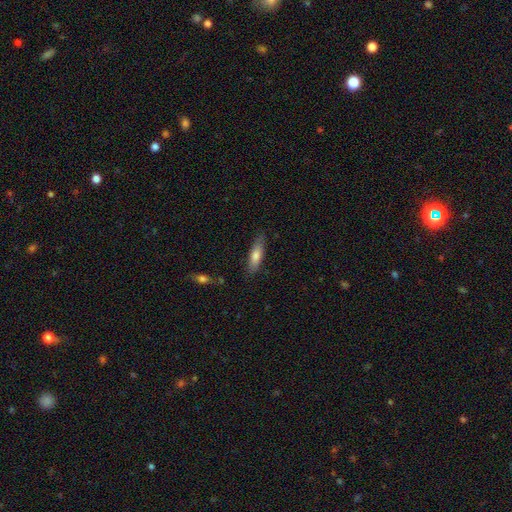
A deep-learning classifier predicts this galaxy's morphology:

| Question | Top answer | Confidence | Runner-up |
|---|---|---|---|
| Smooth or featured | smooth | 73% | featured or disk (21%) |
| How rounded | cigar-shaped | 62% | in between (37%) |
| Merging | none | 82% | minor disturbance (13%) |